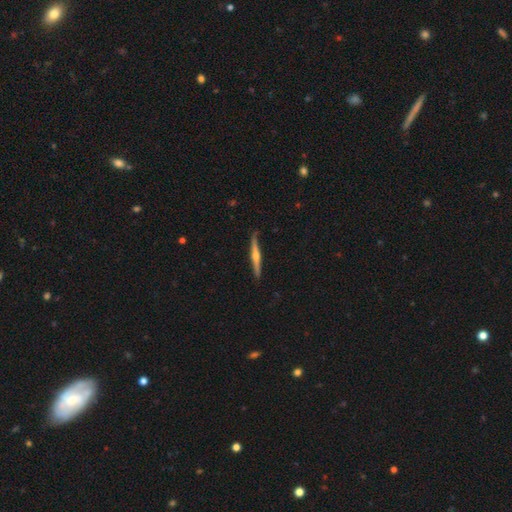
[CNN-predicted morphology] smooth-or-featured: featured or disk: 73% | smooth: 22% | star or artifact: 5%
  disk-edge-on: yes: 97% | no: 3%
    edge-on-bulge: rounded: 88% | none: 8% | boxy: 5%
  merging: none: 85% | minor disturbance: 12% | major disturbance: 2% | merger: 1%